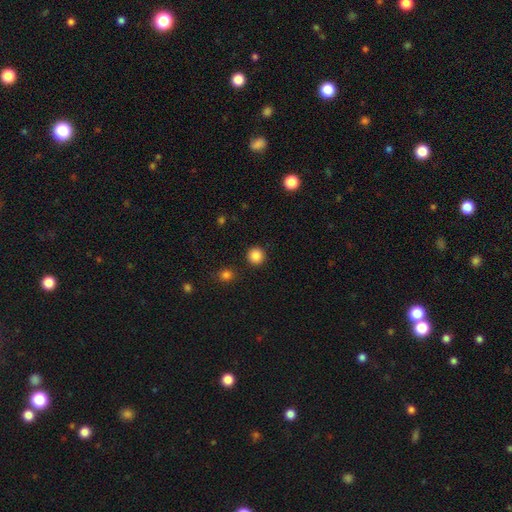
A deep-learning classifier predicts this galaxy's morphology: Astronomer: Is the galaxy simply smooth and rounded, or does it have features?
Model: smooth — 86%.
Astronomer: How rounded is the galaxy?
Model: round — 95%.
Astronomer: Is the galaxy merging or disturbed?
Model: none — 91%.